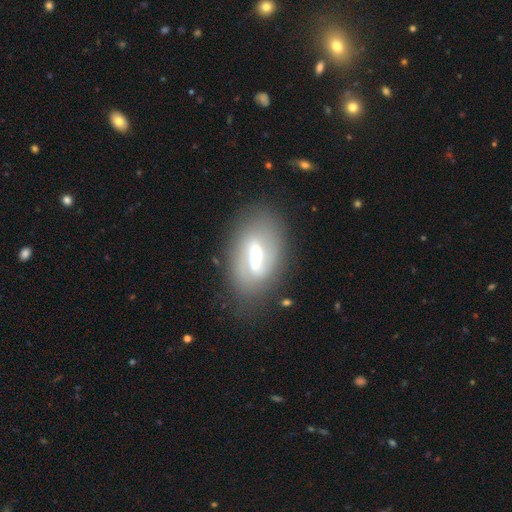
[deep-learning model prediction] A featured or disk galaxy (66%) with a strong bar (51%), spiral arms (51%) and a moderate central bulge (60%). Merging: none (74%).